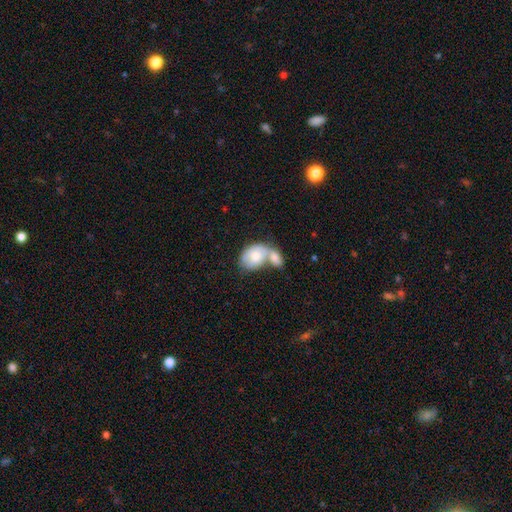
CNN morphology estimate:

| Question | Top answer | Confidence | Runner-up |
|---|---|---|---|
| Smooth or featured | smooth | 65% | featured or disk (30%) |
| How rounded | in between | 76% | round (23%) |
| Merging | merger | 68% | none (16%) |